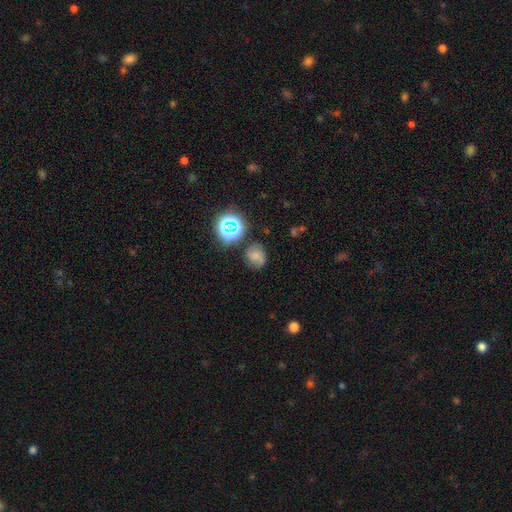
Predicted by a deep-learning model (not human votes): A smooth galaxy with no disk features (54%) that is round (72%).

Vote fractions:
- Smooth or featured? smooth: 54% / featured or disk: 26% / star or artifact: 20%
- How rounded? round: 72% / in between: 27% / cigar-shaped: 1%
- Merging? none: 65% / minor disturbance: 22% / major disturbance: 8% / merger: 5%